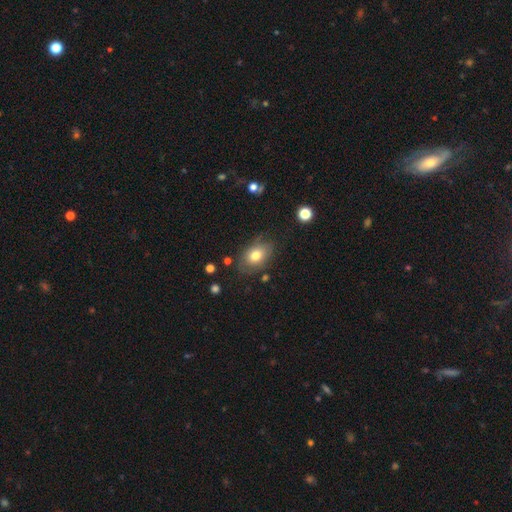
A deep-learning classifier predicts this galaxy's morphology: smooth_or_featured: smooth (p=0.70) [alt: featured or disk p=0.21]
how_rounded: in between (p=0.80) [alt: round p=0.18]
merging: none (p=0.72) [alt: minor disturbance p=0.19]